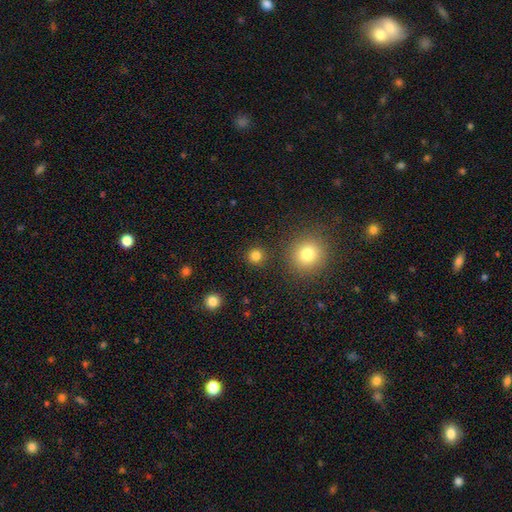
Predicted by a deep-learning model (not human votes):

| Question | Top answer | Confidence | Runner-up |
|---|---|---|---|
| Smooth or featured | smooth | 81% | star or artifact (15%) |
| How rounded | round | 94% | in between (5%) |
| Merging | none | 89% | minor disturbance (5%) |